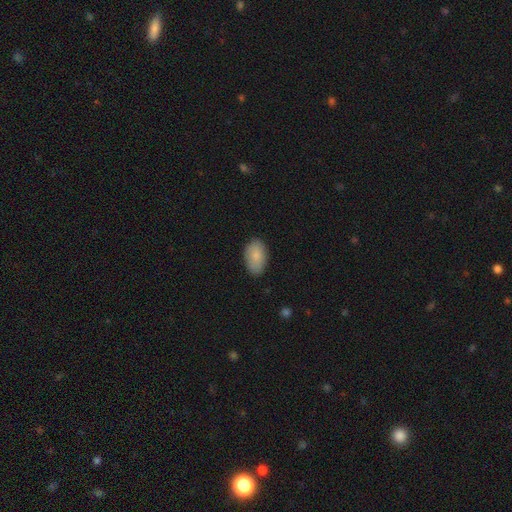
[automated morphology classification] The model was most divided on "merging": none: 83%, minor disturbance: 14%, major disturbance: 3%, merger: 1%. More confident: how rounded — in between (92%); smooth or featured — smooth (86%).